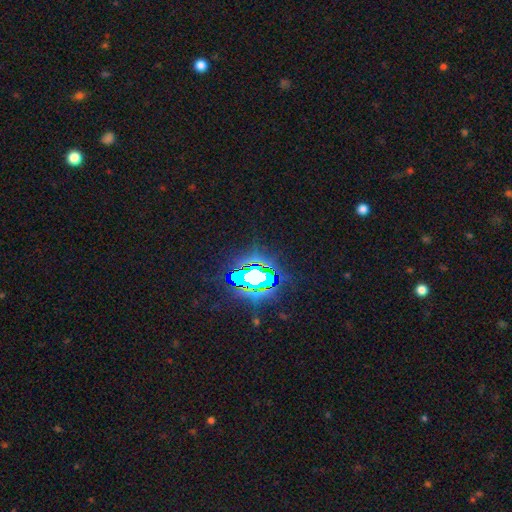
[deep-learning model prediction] Smooth or featured: star or artifact — 81% (smooth — 12%)